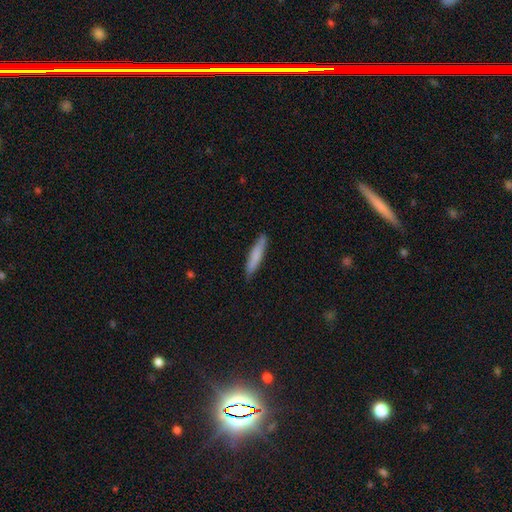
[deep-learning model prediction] smooth 77%, featured or disk 17%, star or artifact 5%. Down the decision tree: how rounded — cigar-shaped (90%); merging — none (87%).